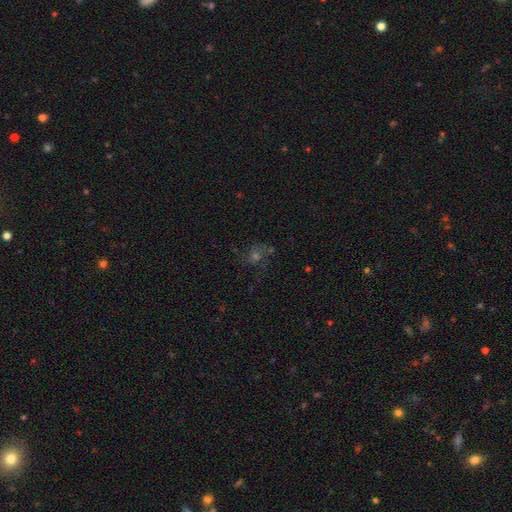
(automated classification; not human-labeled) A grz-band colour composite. It shows a featured or disk galaxy (41%). Merging: none (66%).